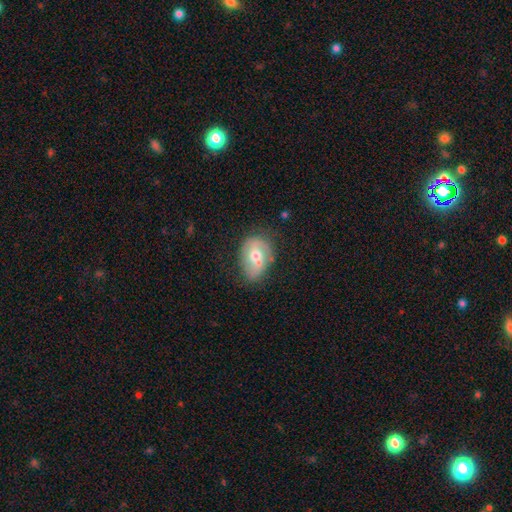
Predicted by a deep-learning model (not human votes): Morphology: type=featured or disk (51%); edge-on=no (94%); merging=none (56%).